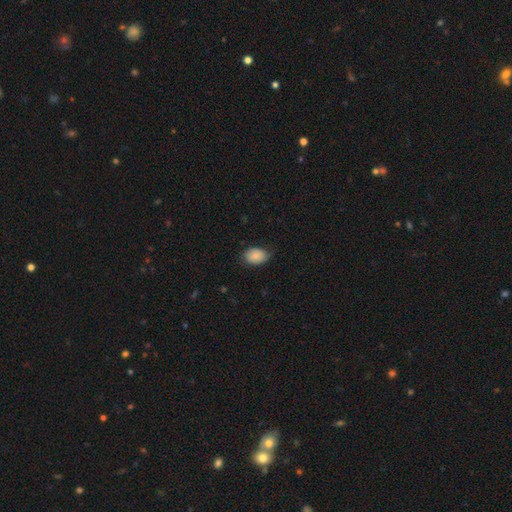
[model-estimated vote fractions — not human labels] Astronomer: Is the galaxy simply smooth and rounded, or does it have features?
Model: smooth — 85%.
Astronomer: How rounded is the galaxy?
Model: in between — 81%.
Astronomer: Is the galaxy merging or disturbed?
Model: none — 69%.